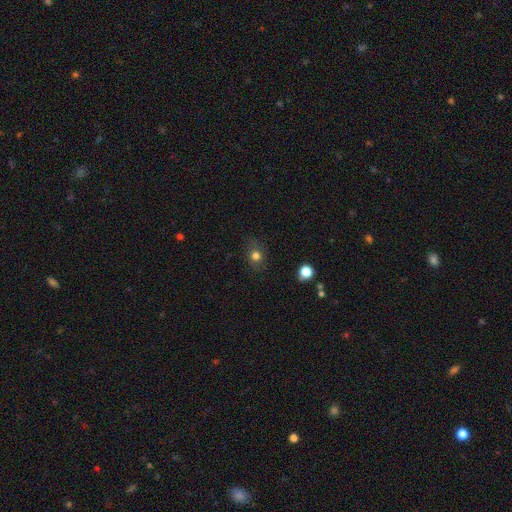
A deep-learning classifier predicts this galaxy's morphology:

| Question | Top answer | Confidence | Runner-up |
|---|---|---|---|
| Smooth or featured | smooth | 74% | star or artifact (15%) |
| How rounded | round | 58% | in between (40%) |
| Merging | none | 81% | minor disturbance (13%) |